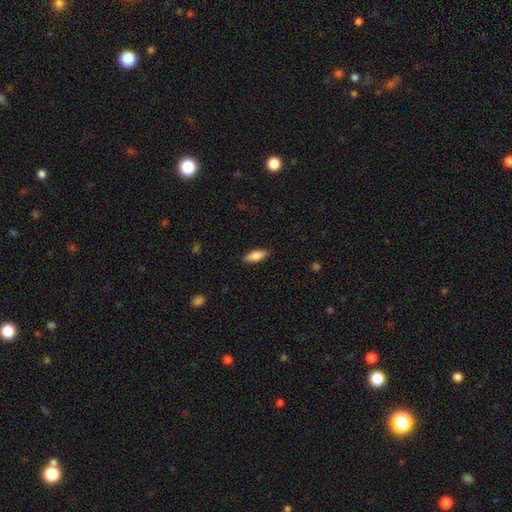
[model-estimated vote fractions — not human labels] smooth-or-featured: smooth: 78% | featured or disk: 16% | star or artifact: 6%
  how-rounded: in between: 72% | cigar-shaped: 26% | round: 2%
  merging: none: 86% | minor disturbance: 11% | major disturbance: 2% | merger: 1%